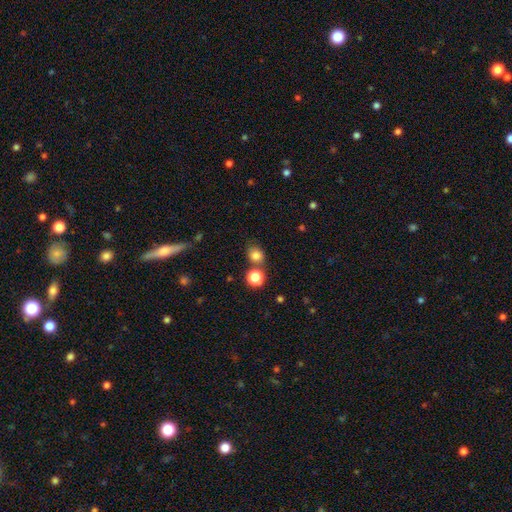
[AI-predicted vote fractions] A smooth galaxy with no disk features (79%) that is round (66%). Merging: none (68%).